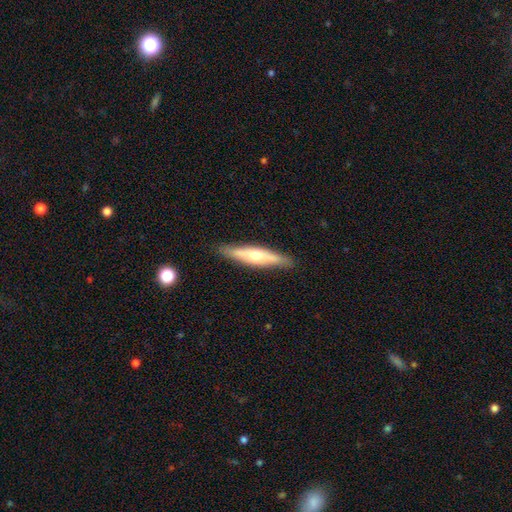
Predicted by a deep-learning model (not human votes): This appears to be a featured or disk galaxy (53%) viewed edge-on (85%). Merging: none (87%).